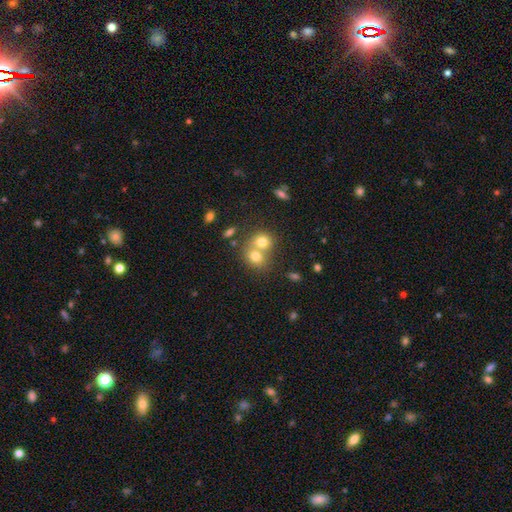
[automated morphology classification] A smooth galaxy with no disk features (74%) that is round (64%).

Vote fractions:
- Smooth or featured? smooth: 74% / featured or disk: 15% / star or artifact: 11%
- How rounded? round: 64% / in between: 35% / cigar-shaped: 1%
- Merging? merger: 63% / none: 28% / minor disturbance: 6% / major disturbance: 3%